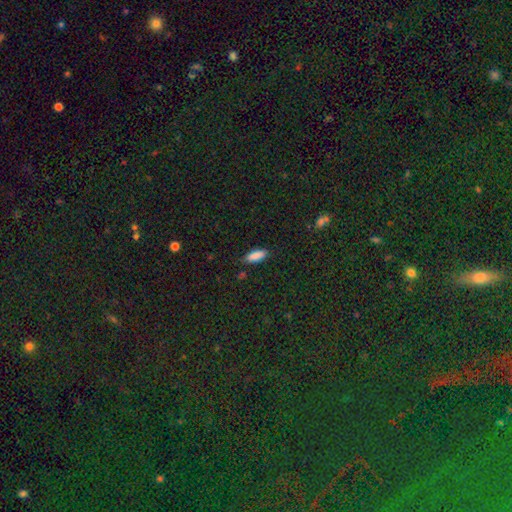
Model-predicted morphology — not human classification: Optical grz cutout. It shows a smooth galaxy with no disk features (86%) that is in between round and cigar-shaped (73%). Merging: none (81%).